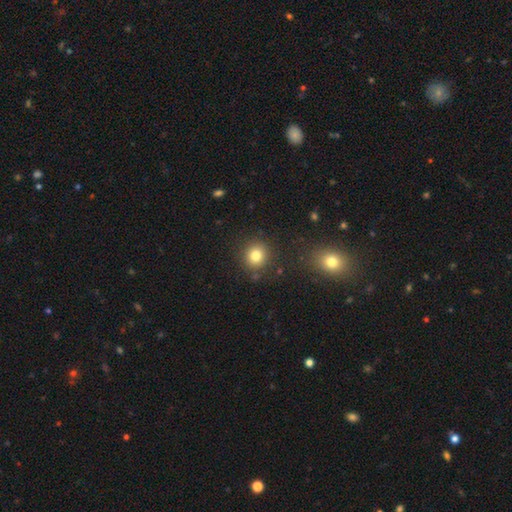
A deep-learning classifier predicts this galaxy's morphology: Q: Smooth or featured?
A: smooth (81%); runner-up: star or artifact (12%)
Q: How rounded?
A: round (88%); runner-up: in between (11%)
Q: Merging?
A: none (86%); runner-up: minor disturbance (8%)